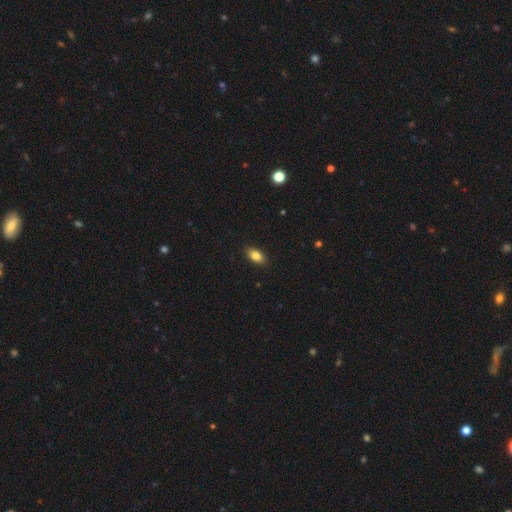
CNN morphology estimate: Smooth or featured? Predicted: smooth (p=0.83). How rounded? Predicted: in between (p=0.90). Merging? Predicted: none (p=0.88).